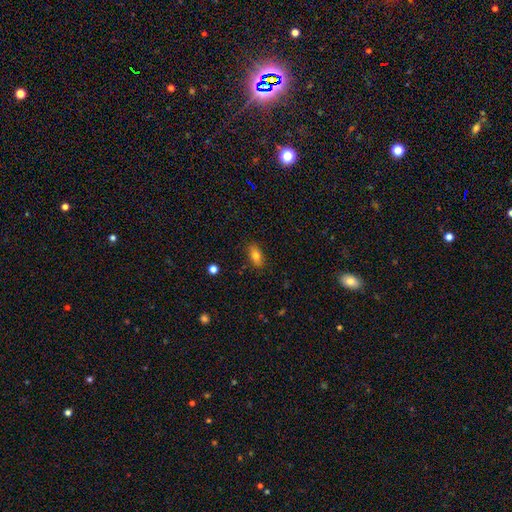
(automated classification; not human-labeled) This appears to be a smooth galaxy with no disk features (78%) that is in between round and cigar-shaped (87%). Merging: none (85%).